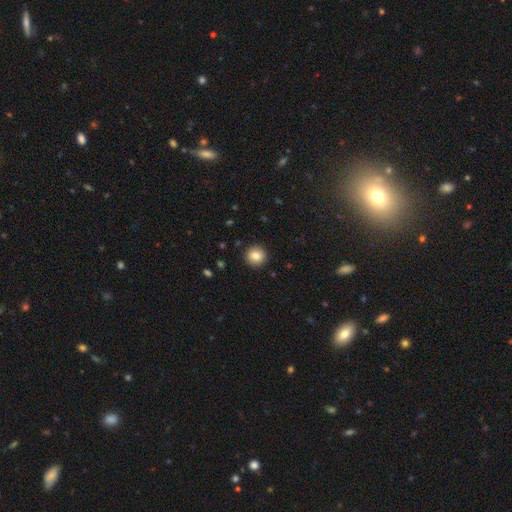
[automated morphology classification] smooth 85%, star or artifact 9%, featured or disk 6%. Down the decision tree: how rounded — round (93%); merging — none (92%).